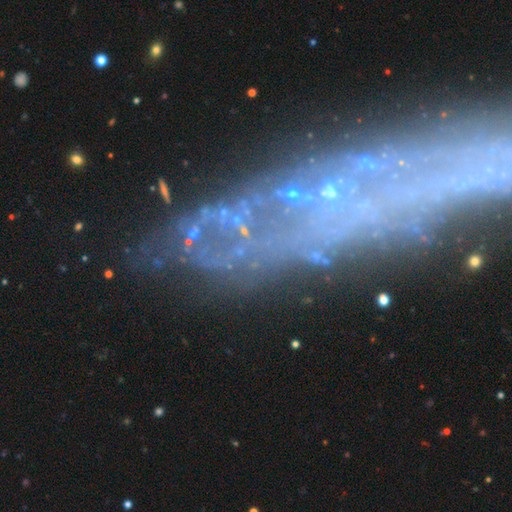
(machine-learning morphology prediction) Smooth or featured: featured or disk — 52% (star or artifact — 31%)
Edge-on disk: no — 79% (yes — 21%)
Merging: none — 61% (minor disturbance — 18%)